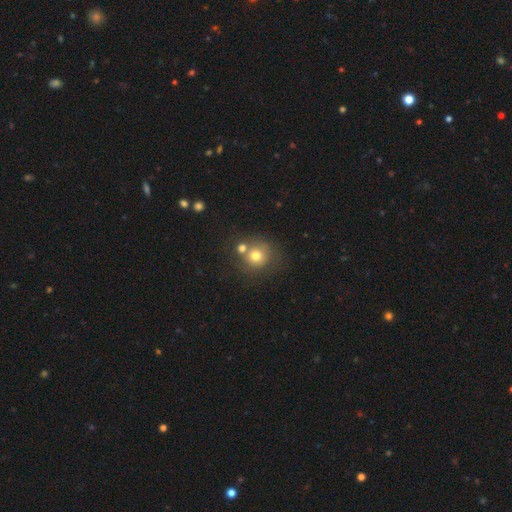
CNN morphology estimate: smooth_or_featured: smooth (p=0.73) [alt: featured or disk p=0.15]
how_rounded: round (p=0.88) [alt: in between p=0.12]
merging: none (p=0.54) [alt: merger p=0.31]